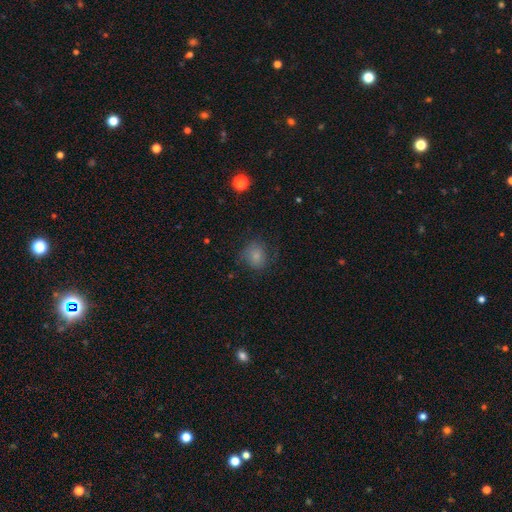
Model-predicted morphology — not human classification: type=smooth (76%); roundness=round (75%); merging=none (67%).